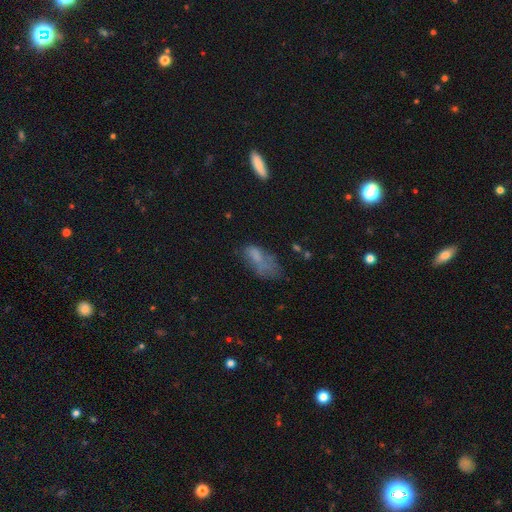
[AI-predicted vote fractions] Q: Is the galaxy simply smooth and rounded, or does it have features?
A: smooth — 60%.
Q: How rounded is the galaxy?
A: in between — 83%.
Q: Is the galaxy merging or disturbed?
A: major disturbance — 34%.